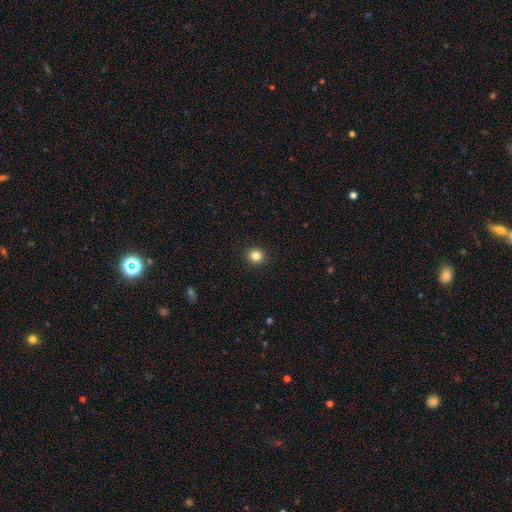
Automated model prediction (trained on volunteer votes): Smooth or featured? smooth (84%)
How rounded? round (88%)
Merging? none (93%)